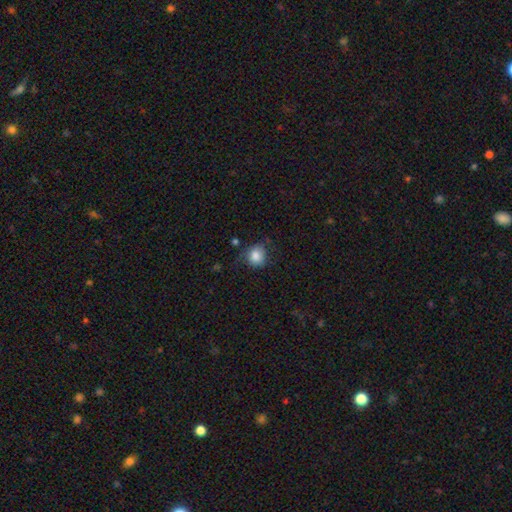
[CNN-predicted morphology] Smooth or featured? Predicted: smooth (p=0.82). How rounded? Predicted: round (p=0.74). Merging? Predicted: none (p=0.60).